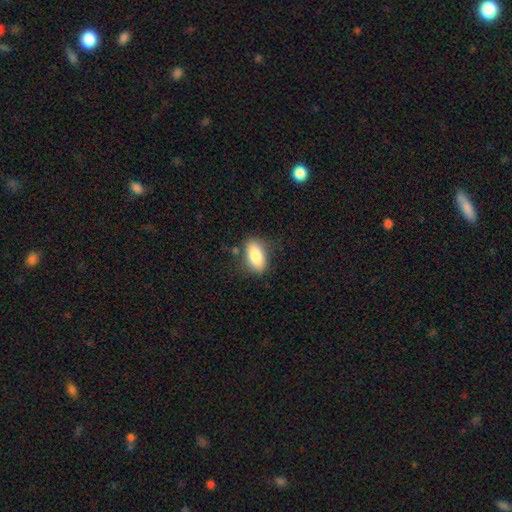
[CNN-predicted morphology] Q: Smooth or featured?
A: smooth (84%); runner-up: featured or disk (9%)
Q: How rounded?
A: in between (90%); runner-up: cigar-shaped (5%)
Q: Merging?
A: none (80%); runner-up: minor disturbance (14%)